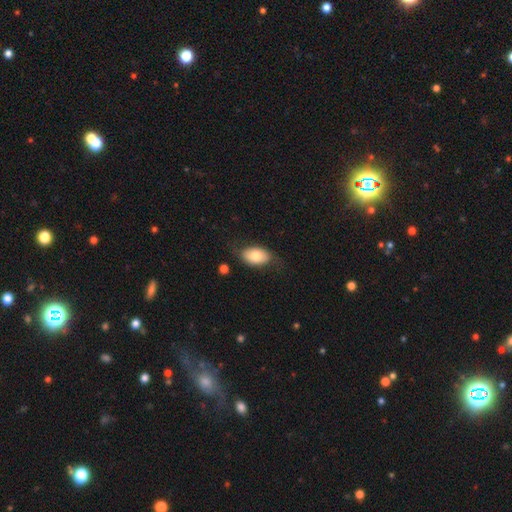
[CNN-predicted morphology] A smooth galaxy with no disk features (73%) that is in between round and cigar-shaped (90%).

Vote fractions:
- Smooth or featured? smooth: 73% / featured or disk: 21% / star or artifact: 6%
- How rounded? in between: 90% / round: 8% / cigar-shaped: 2%
- Merging? none: 69% / minor disturbance: 21% / major disturbance: 8% / merger: 2%